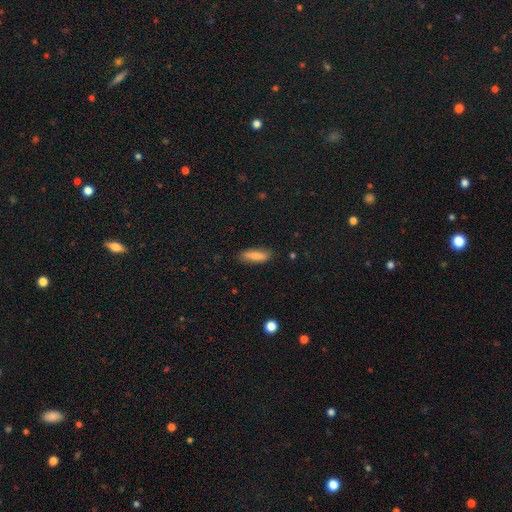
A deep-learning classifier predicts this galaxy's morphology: A smooth galaxy with no disk features (81%) that is in between round and cigar-shaped (56%). Merging: none (85%).